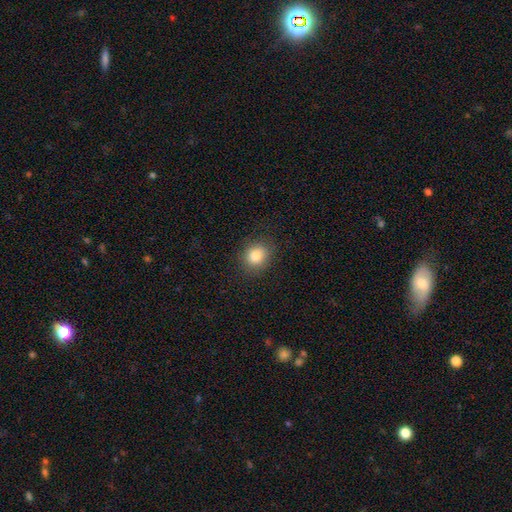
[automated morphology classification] smooth_or_featured: smooth (p=0.82) [alt: star or artifact p=0.10]
how_rounded: round (p=0.72) [alt: in between p=0.27]
merging: none (p=0.86) [alt: minor disturbance p=0.10]